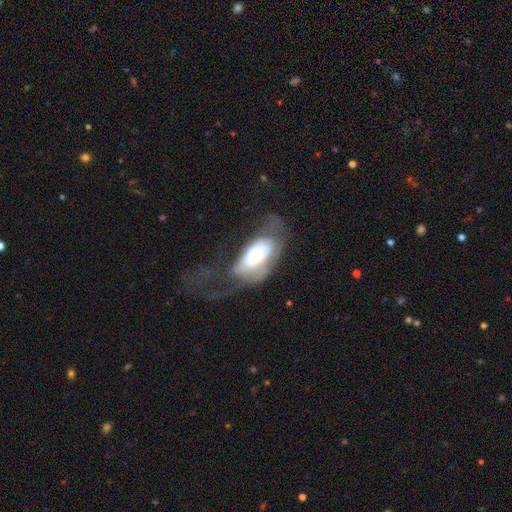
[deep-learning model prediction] A featured or disk galaxy (55%) with no bar (81%), no spiral arms (54%) and a small central bulge (41%). Merging: major disturbance (52%).